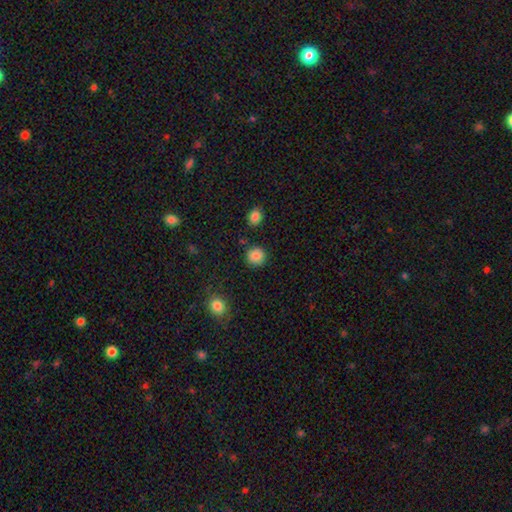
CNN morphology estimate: This is clearly a smooth galaxy (86%). How rounded: clearly round (93%). Merging: clearly none (89%).